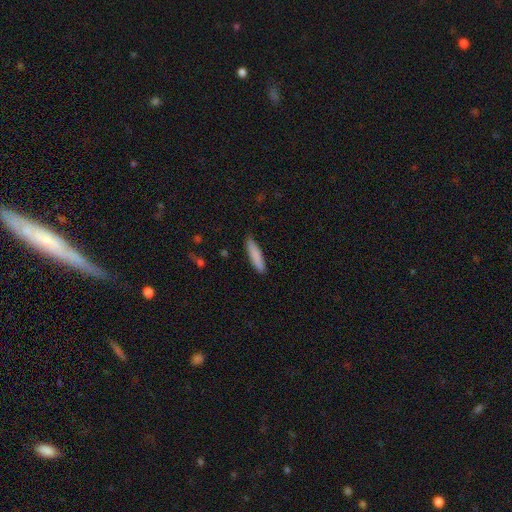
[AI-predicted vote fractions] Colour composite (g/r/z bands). It shows a smooth galaxy with no disk features (85%) that is cigar-shaped (83%). Merging: none (84%).